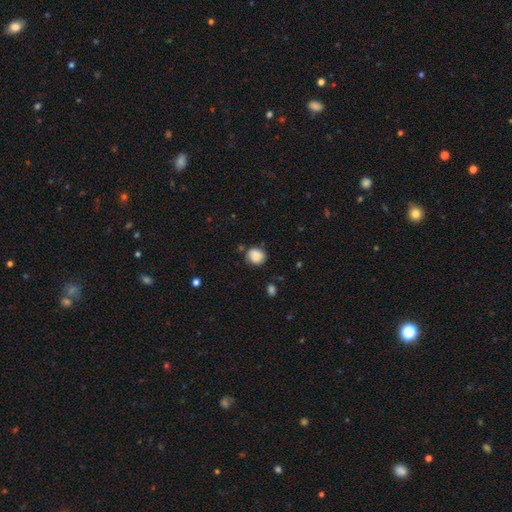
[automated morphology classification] Smooth or featured? Predicted: smooth (p=0.86). How rounded? Predicted: round (p=0.73). Merging? Predicted: none (p=0.71).